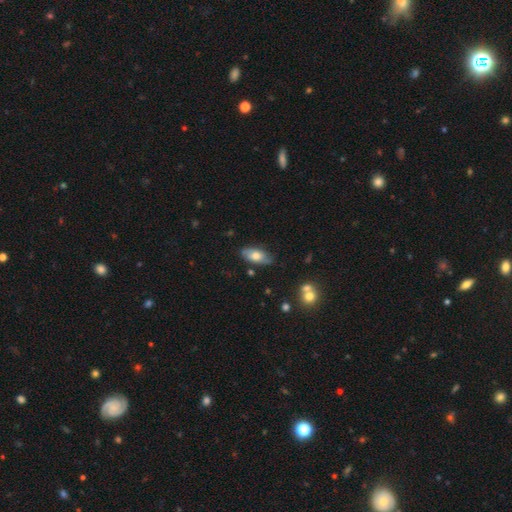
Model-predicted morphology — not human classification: The model was most divided on "smooth or featured": smooth: 60%, featured or disk: 33%, star or artifact: 7%. More confident: how rounded — in between (88%); merging — none (73%).